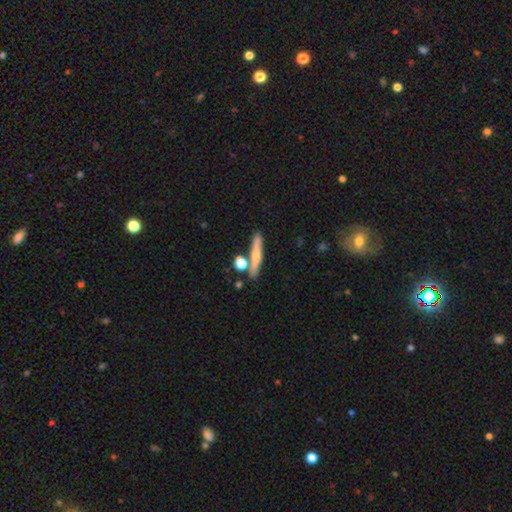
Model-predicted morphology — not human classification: smooth-or-featured: smooth: 53% | featured or disk: 39% | star or artifact: 8%
  how-rounded: cigar-shaped: 81% | in between: 11% | round: 9%
  merging: none: 73% | merger: 13% | minor disturbance: 11% | major disturbance: 3%